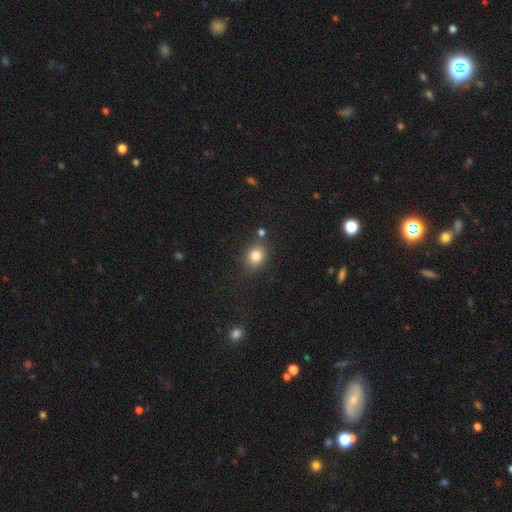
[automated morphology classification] Smooth or featured?
  - smooth: 82% *
  - star or artifact: 11%
  - featured or disk: 7%
How rounded?
  - round: 60% *
  - in between: 39%
  - cigar-shaped: 1%
Merging?
  - none: 77% *
  - minor disturbance: 12%
  - merger: 7%
  - major disturbance: 4%